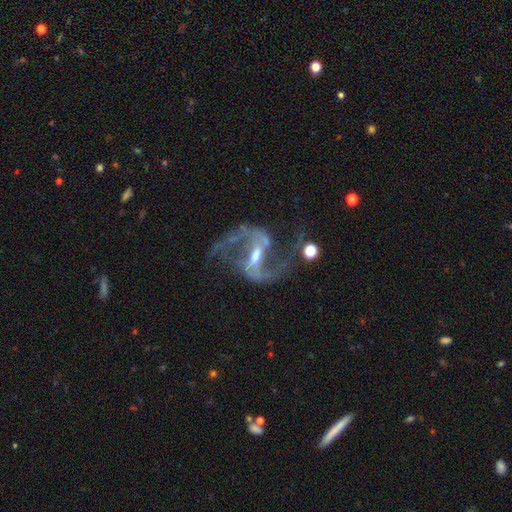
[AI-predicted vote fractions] smooth_or_featured: featured or disk (p=0.92) [alt: star or artifact p=0.05]
disk_edge_on: no (p=0.97) [alt: yes p=0.03]
bar: strong (p=0.55) [alt: weak p=0.33]
has_spiral_arms: yes (p=0.98) [alt: no p=0.02]
spiral_winding: medium (p=0.47) [alt: loose p=0.44]
spiral_arm_count: 2 (p=0.94) [alt: can't tell p=0.01]
bulge_size: small (p=0.50) [alt: moderate p=0.45]
merging: none (p=0.72) [alt: minor disturbance p=0.14]